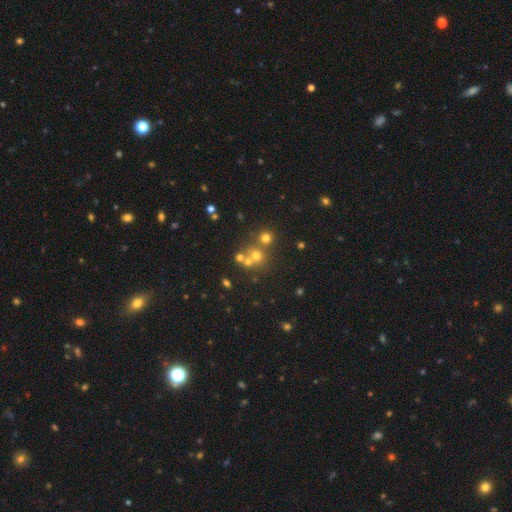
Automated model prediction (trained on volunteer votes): Morphology: type=smooth (56%); roundness=round (86%); merging=none (53%).